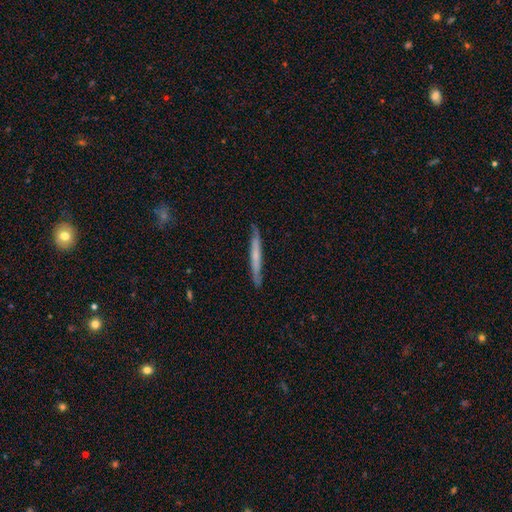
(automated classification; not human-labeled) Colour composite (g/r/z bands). It shows a smooth galaxy with no disk features (49%). Merging: none (85%).